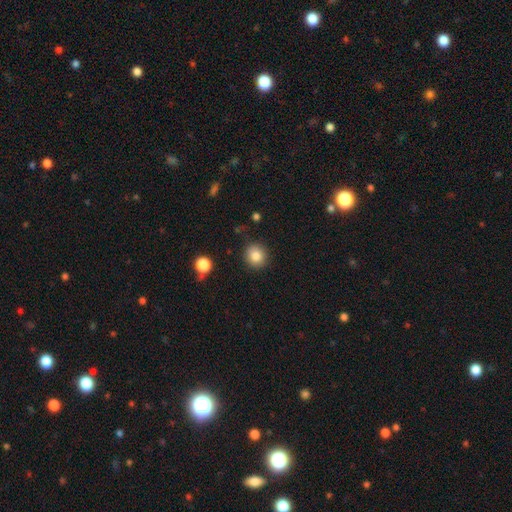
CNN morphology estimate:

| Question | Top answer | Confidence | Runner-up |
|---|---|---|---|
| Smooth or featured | smooth | 84% | star or artifact (10%) |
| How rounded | round | 89% | in between (10%) |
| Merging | none | 87% | minor disturbance (9%) |